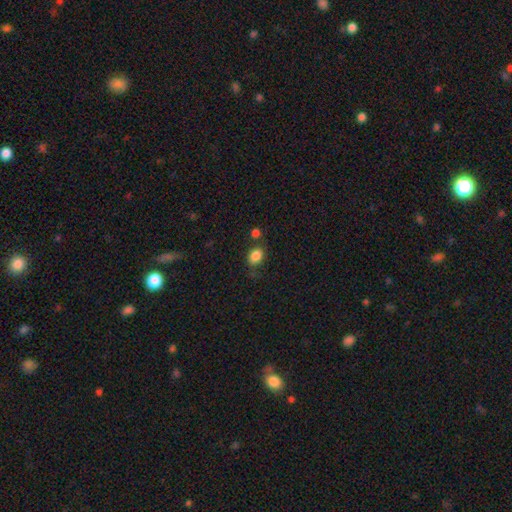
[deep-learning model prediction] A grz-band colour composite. It shows a smooth galaxy with no disk features (85%) that is in between round and cigar-shaped (63%). Merging: none (72%).